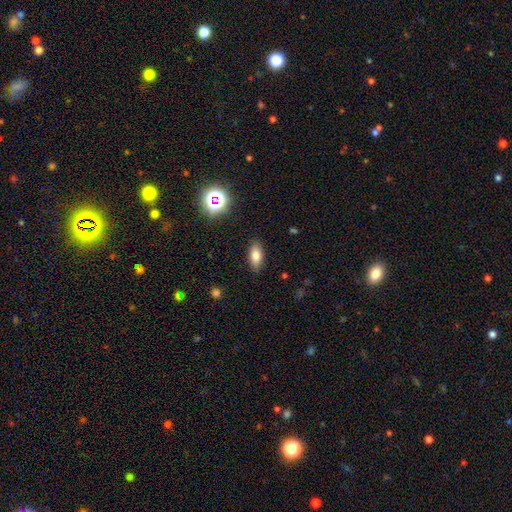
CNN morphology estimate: Smooth or featured: smooth — 78% (featured or disk — 11%)
How rounded: in between — 83% (cigar-shaped — 12%)
Merging: none — 87% (minor disturbance — 9%)